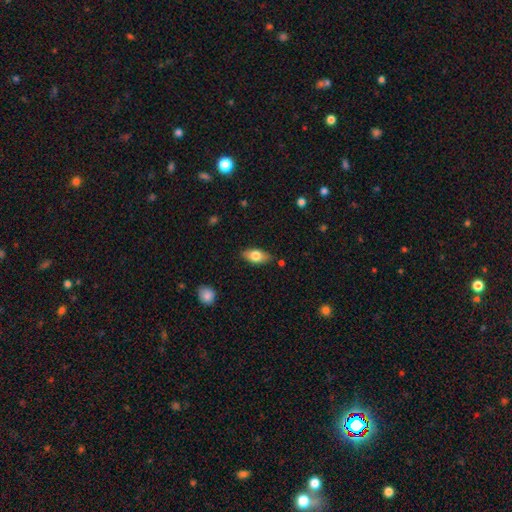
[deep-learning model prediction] A smooth galaxy with no disk features (73%) that is in between round and cigar-shaped (86%). Merging: none (83%).